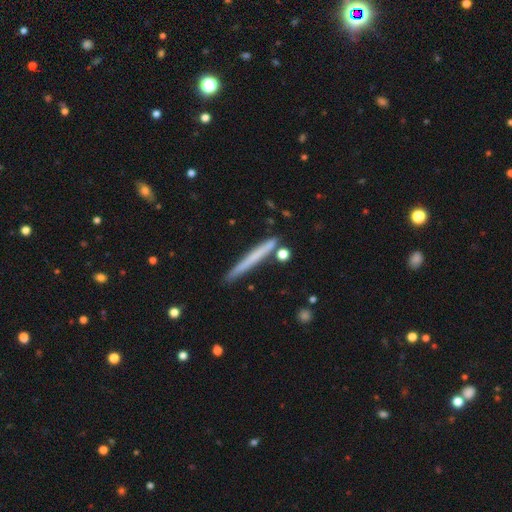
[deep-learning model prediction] Smooth or featured? Predicted: smooth (p=0.57). How rounded? Predicted: cigar-shaped (p=0.97). Merging? Predicted: none (p=0.86).